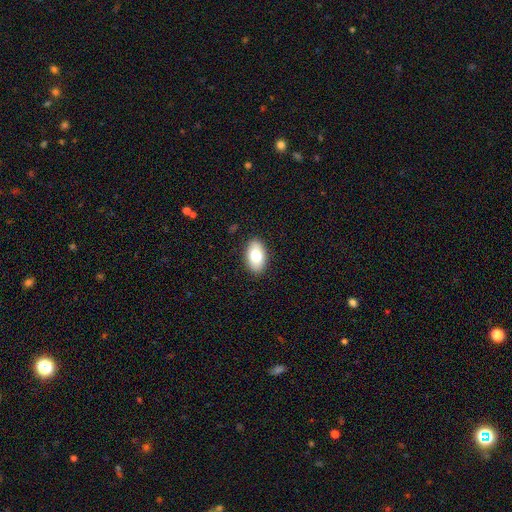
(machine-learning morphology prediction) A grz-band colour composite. It shows a smooth galaxy with no disk features (77%) that is in between round and cigar-shaped (93%). Merging: none (88%).